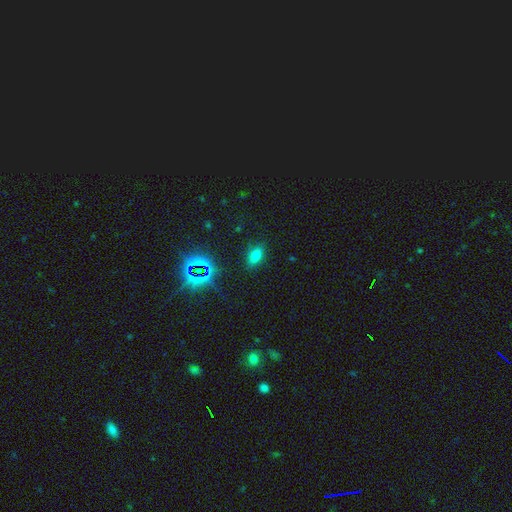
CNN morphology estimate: Q: Smooth or featured?
A: smooth (65%); runner-up: star or artifact (24%)
Q: How rounded?
A: in between (85%); runner-up: round (10%)
Q: Merging?
A: none (85%); runner-up: minor disturbance (11%)